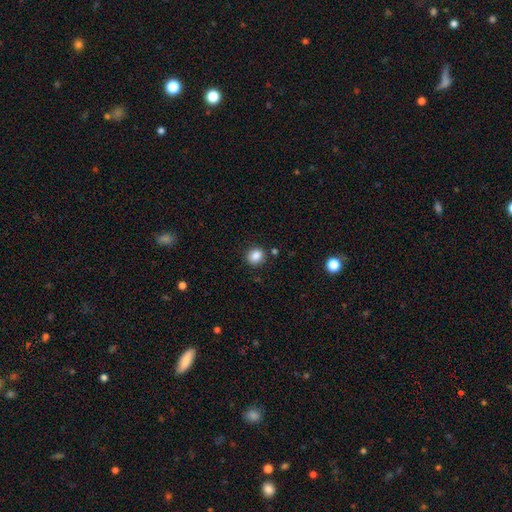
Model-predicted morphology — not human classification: Smooth or featured?
  - smooth: 86% *
  - star or artifact: 10%
  - featured or disk: 4%
How rounded?
  - round: 73% *
  - in between: 26%
  - cigar-shaped: 1%
Merging?
  - none: 85% *
  - minor disturbance: 9%
  - merger: 3%
  - major disturbance: 3%